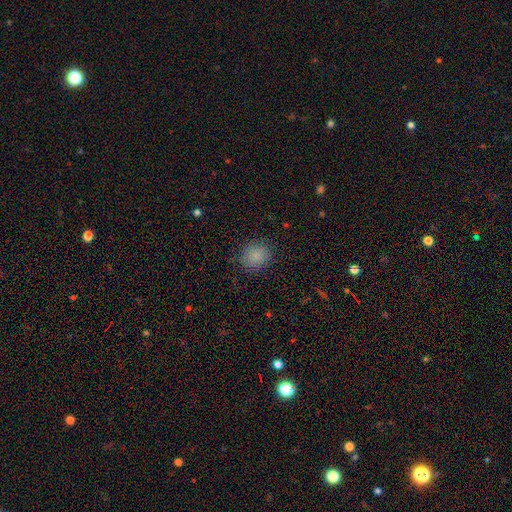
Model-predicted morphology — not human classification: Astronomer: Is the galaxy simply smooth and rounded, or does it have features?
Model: smooth — 85%.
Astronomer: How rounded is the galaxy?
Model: round — 76%.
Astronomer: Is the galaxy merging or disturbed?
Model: none — 86%.